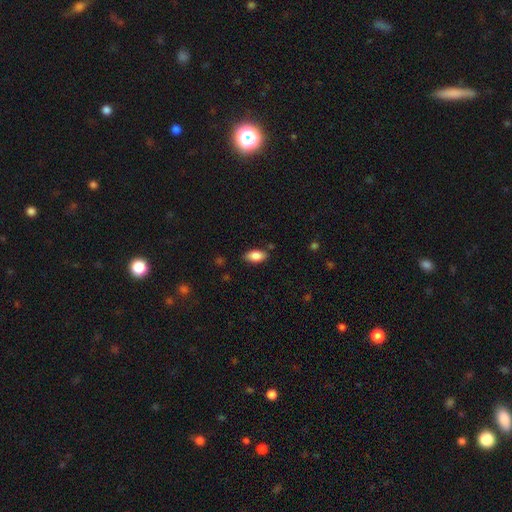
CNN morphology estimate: A smooth galaxy with no disk features (84%) that is in between round and cigar-shaped (90%).

Vote fractions:
- Smooth or featured? smooth: 84% / featured or disk: 9% / star or artifact: 7%
- How rounded? in between: 90% / cigar-shaped: 7% / round: 3%
- Merging? none: 83% / minor disturbance: 13% / major disturbance: 3% / merger: 2%